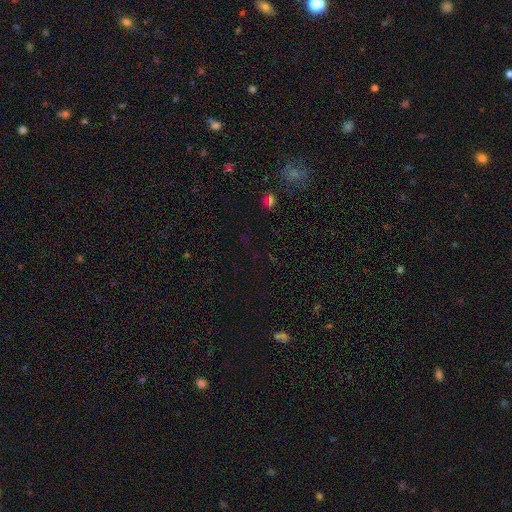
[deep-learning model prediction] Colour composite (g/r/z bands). It shows a star or artifact, not a galaxy (70%).